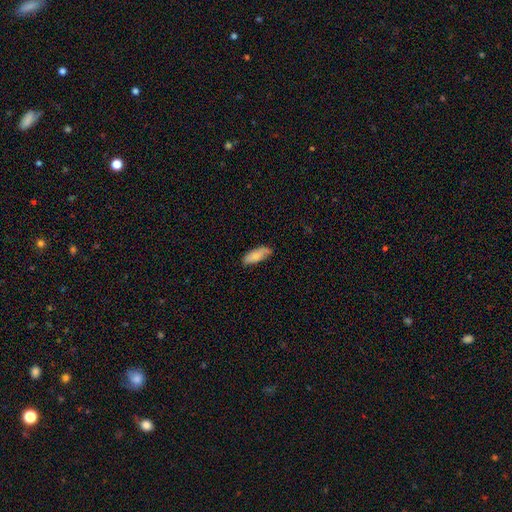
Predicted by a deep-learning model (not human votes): Smooth or featured?
  - smooth: 82% *
  - featured or disk: 12%
  - star or artifact: 6%
How rounded?
  - in between: 76% *
  - cigar-shaped: 22%
  - round: 2%
Merging?
  - none: 75% *
  - minor disturbance: 21%
  - major disturbance: 3%
  - merger: 1%